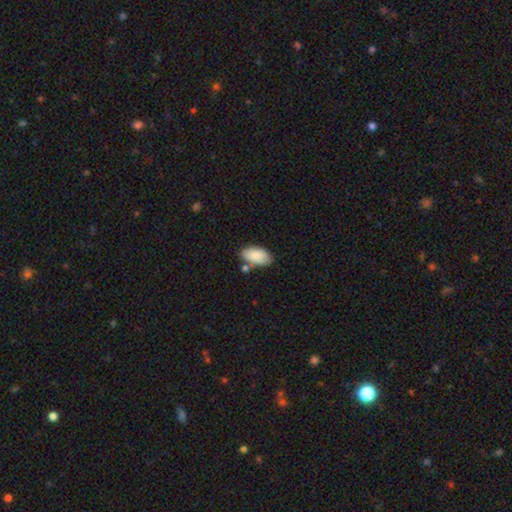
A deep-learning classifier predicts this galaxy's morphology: This is clearly a smooth galaxy (86%). How rounded: clearly in between (95%). Merging: likely none (67%).